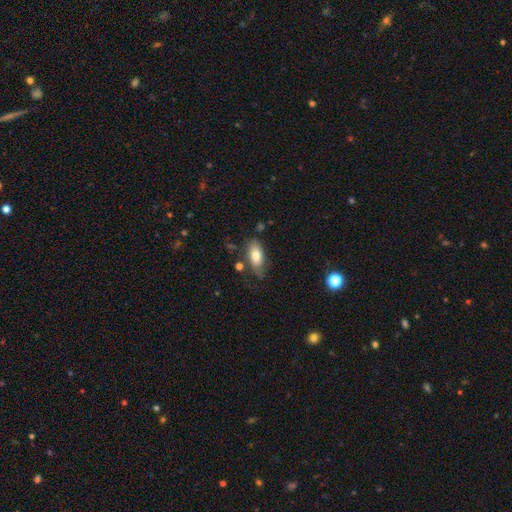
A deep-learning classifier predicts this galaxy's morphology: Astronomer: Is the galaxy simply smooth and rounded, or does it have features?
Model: smooth — 74%.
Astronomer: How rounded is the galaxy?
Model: in between — 87%.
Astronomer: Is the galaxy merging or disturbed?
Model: none — 61%.